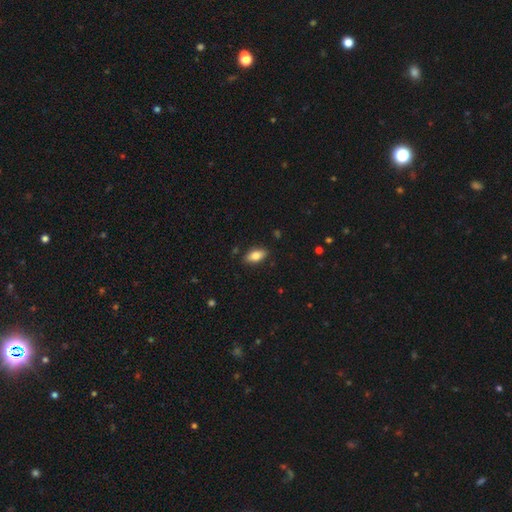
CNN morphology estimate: A smooth galaxy with no disk features (80%) that is in between round and cigar-shaped (89%).

Vote fractions:
- Smooth or featured? smooth: 80% / featured or disk: 13% / star or artifact: 7%
- How rounded? in between: 89% / cigar-shaped: 7% / round: 3%
- Merging? none: 87% / minor disturbance: 10% / major disturbance: 2% / merger: 1%